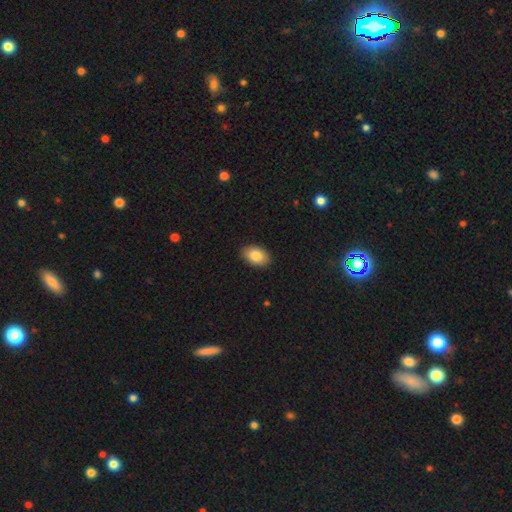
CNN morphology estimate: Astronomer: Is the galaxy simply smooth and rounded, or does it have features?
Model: smooth — 84%.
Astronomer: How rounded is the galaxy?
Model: in between — 89%.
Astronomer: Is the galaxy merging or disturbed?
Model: none — 89%.